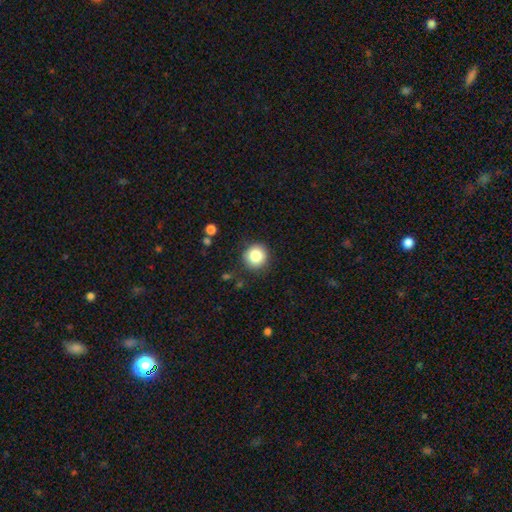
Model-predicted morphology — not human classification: The model was most divided on "smooth or featured": smooth: 85%, star or artifact: 10%, featured or disk: 5%. More confident: how rounded — round (93%); merging — none (88%).